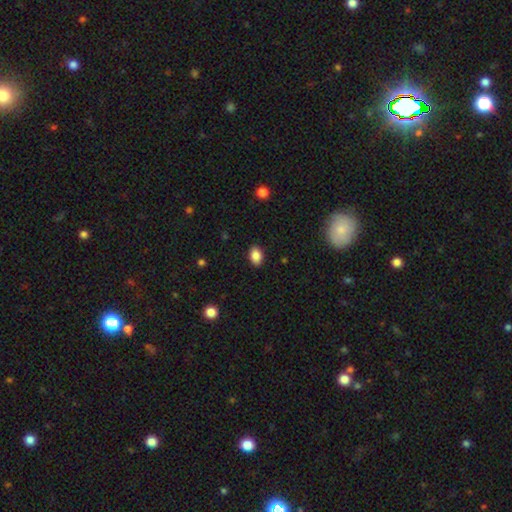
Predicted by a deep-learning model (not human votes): smooth-or-featured: smooth: 87% | star or artifact: 9% | featured or disk: 5%
  how-rounded: in between: 85% | round: 14% | cigar-shaped: 1%
  merging: none: 89% | minor disturbance: 8% | major disturbance: 2% | merger: 1%